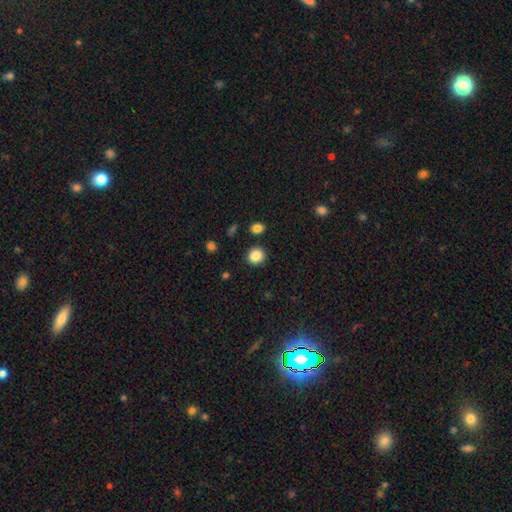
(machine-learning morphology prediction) A smooth galaxy with no disk features (87%) that is round (88%).

Vote fractions:
- Smooth or featured? smooth: 87% / star or artifact: 10% / featured or disk: 4%
- How rounded? round: 88% / in between: 11% / cigar-shaped: 1%
- Merging? none: 88% / minor disturbance: 6% / merger: 3% / major disturbance: 2%